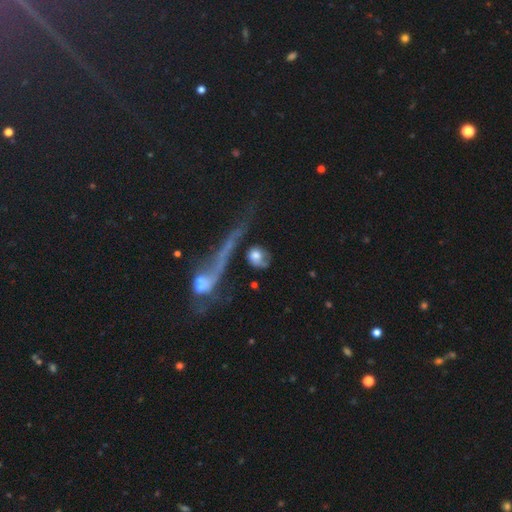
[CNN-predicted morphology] A smooth galaxy with no disk features (61%) that is round (74%). Merging: none (38%).